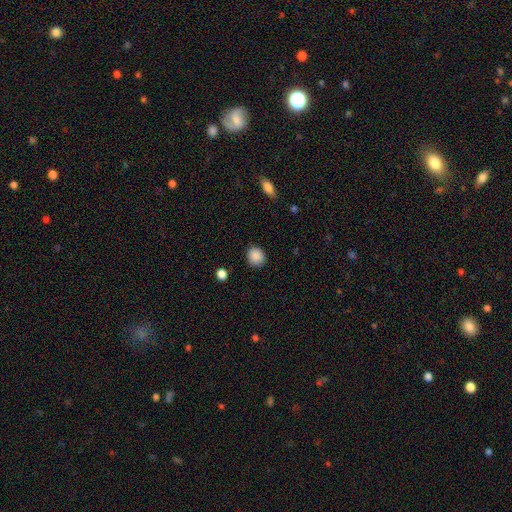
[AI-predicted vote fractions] Smooth or featured?
  - smooth: 89% *
  - star or artifact: 8%
  - featured or disk: 3%
How rounded?
  - round: 73% *
  - in between: 26%
  - cigar-shaped: 1%
Merging?
  - none: 87% *
  - minor disturbance: 9%
  - major disturbance: 3%
  - merger: 1%